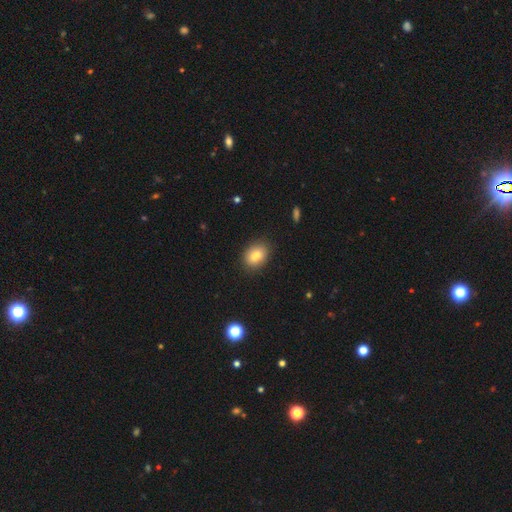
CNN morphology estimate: Smooth or featured: smooth — 82% (featured or disk — 9%)
How rounded: in between — 73% (round — 26%)
Merging: none — 87% (minor disturbance — 10%)